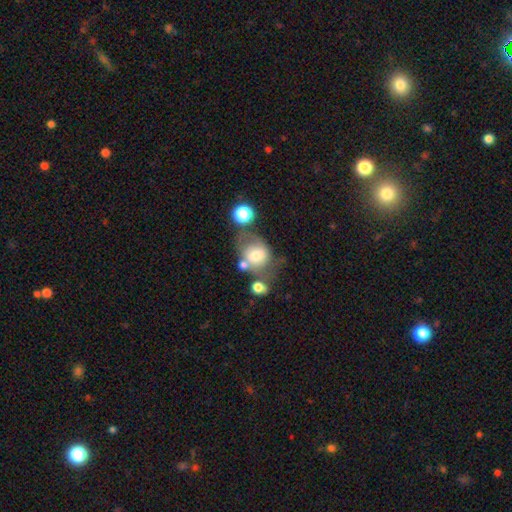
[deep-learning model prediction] smooth_or_featured: smooth (p=0.60) [alt: featured or disk p=0.29]
how_rounded: round (p=0.59) [alt: in between p=0.40]
merging: none (p=0.37) [alt: minor disturbance p=0.23]